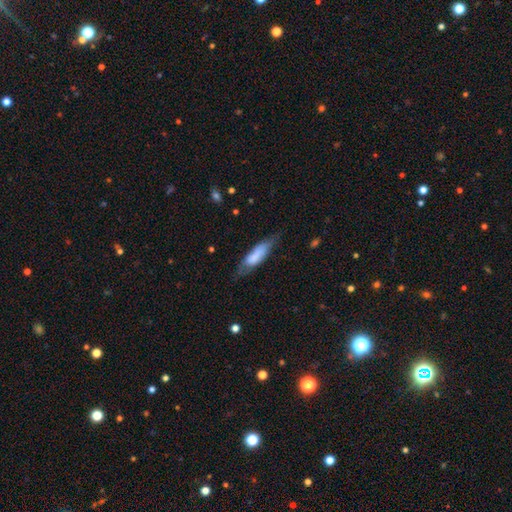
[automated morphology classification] Smooth or featured?
  - smooth: 69% *
  - featured or disk: 24%
  - star or artifact: 6%
How rounded?
  - cigar-shaped: 51% *
  - in between: 47%
  - round: 2%
Merging?
  - none: 56% *
  - minor disturbance: 30%
  - major disturbance: 12%
  - merger: 3%